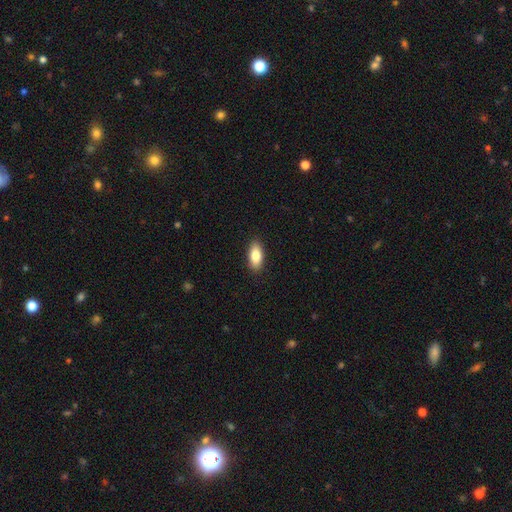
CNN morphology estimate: This is clearly a smooth galaxy (84%). How rounded: clearly in between (86%). Merging: clearly none (89%).